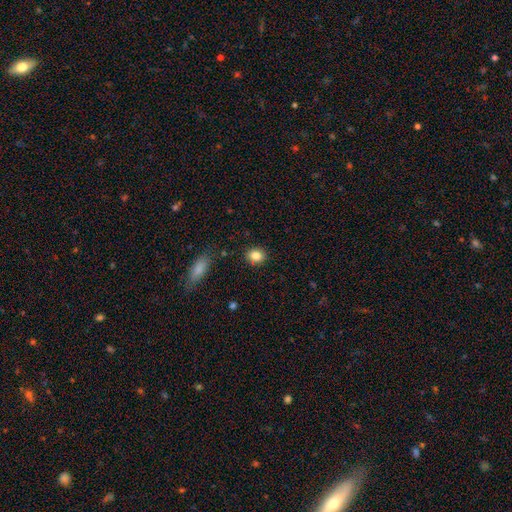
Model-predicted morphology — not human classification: Smooth or featured? Predicted: smooth (p=0.84). How rounded? Predicted: round (p=0.64). Merging? Predicted: none (p=0.87).